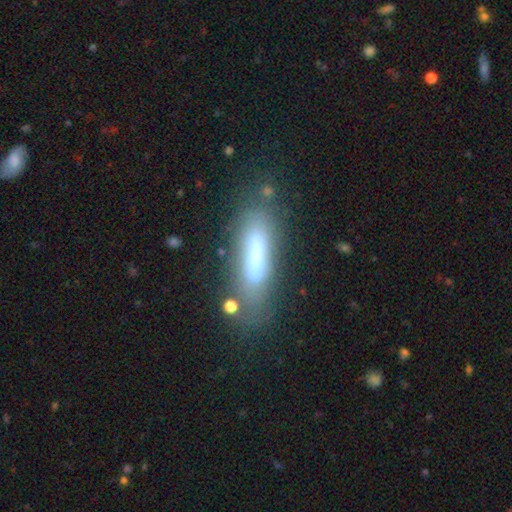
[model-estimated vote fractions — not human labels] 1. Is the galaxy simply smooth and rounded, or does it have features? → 57% smooth, 33% featured or disk, 11% star or artifact.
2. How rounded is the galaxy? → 66% cigar-shaped, 32% in between, 2% round.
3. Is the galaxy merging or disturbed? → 60% none, 20% minor disturbance, 11% major disturbance, 9% merger.